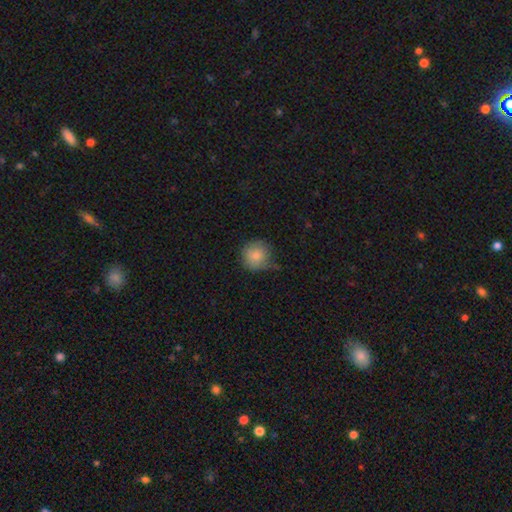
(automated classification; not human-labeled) Smooth or featured? smooth (82%)
How rounded? round (93%)
Merging? none (71%)